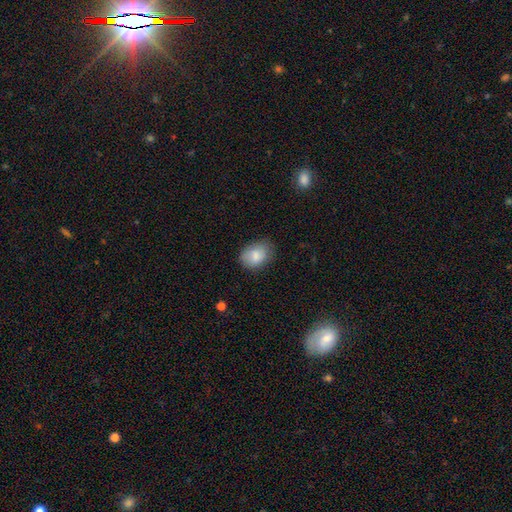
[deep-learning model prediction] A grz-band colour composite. It shows a smooth galaxy with no disk features (82%) that is in between round and cigar-shaped (75%). Merging: none (71%).